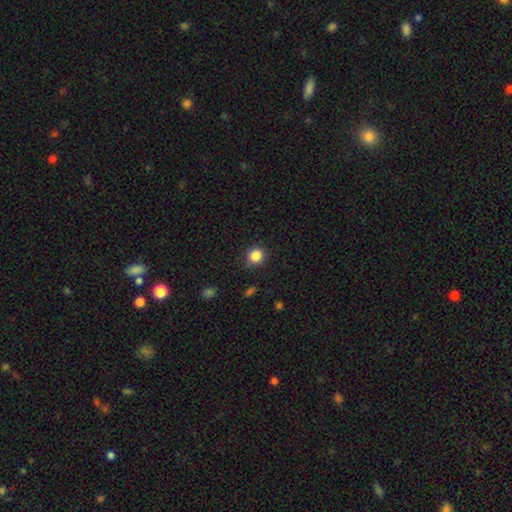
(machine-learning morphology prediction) This is clearly a smooth galaxy (85%). How rounded: clearly round (89%). Merging: clearly none (85%).